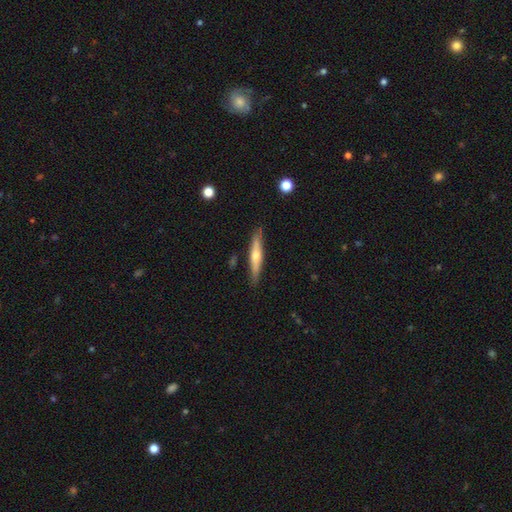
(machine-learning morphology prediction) Smooth or featured? Predicted: featured or disk (p=0.55). Edge-on disk? Predicted: yes (p=0.93). Edge-on bulge? Predicted: rounded (p=0.86). Merging? Predicted: none (p=0.86).